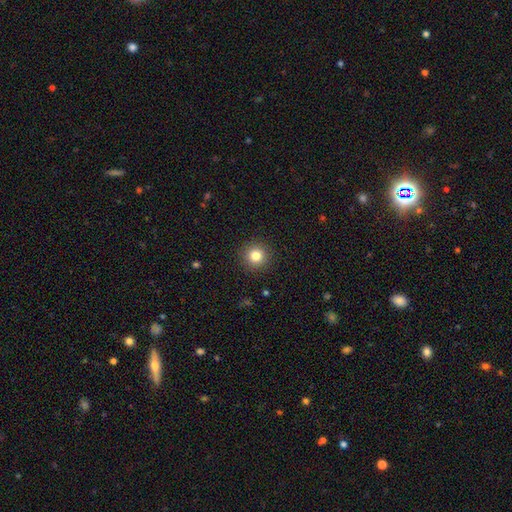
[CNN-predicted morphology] This appears to be a smooth galaxy with no disk features (82%) that is round (95%). Merging: none (92%).